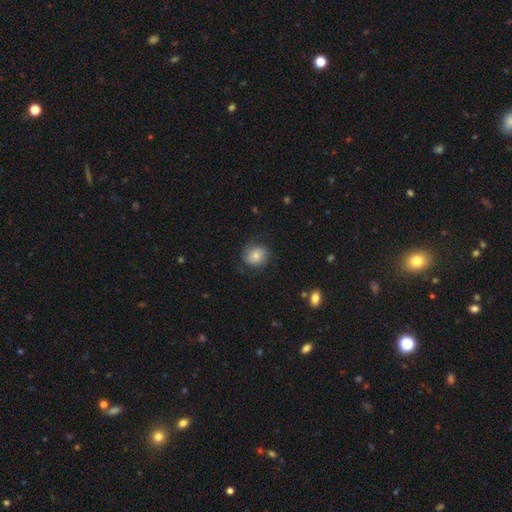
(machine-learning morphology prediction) Smooth or featured? smooth (74%)
How rounded? round (70%)
Merging? none (73%)